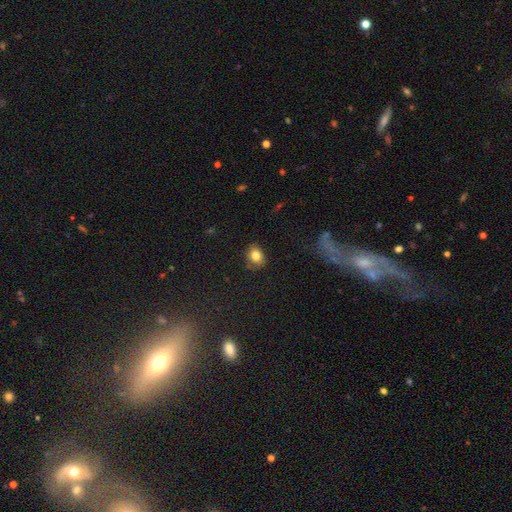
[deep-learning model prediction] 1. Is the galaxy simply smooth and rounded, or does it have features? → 81% smooth, 10% star or artifact, 9% featured or disk.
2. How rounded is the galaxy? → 61% in between, 38% round, 1% cigar-shaped.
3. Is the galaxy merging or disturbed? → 74% none, 20% minor disturbance, 5% major disturbance, 2% merger.